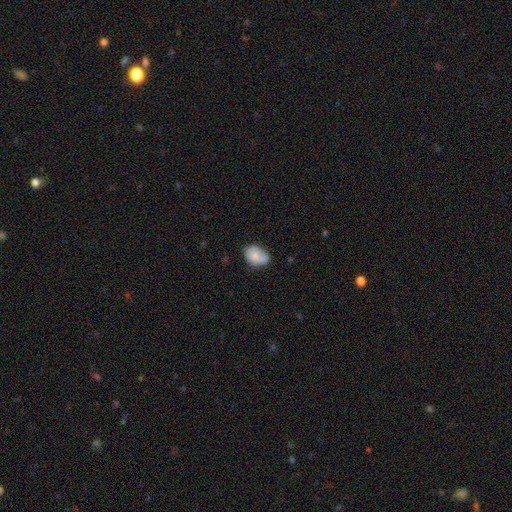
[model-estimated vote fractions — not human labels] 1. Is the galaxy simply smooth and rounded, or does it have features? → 66% smooth, 27% featured or disk, 8% star or artifact.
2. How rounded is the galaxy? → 71% in between, 28% round, 1% cigar-shaped.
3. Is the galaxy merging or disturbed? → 55% none, 34% minor disturbance, 8% major disturbance, 2% merger.